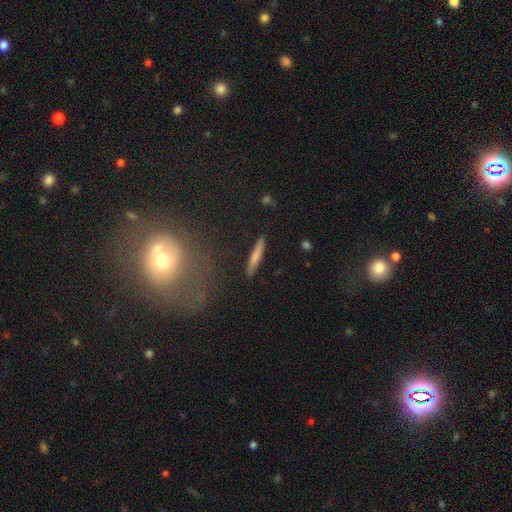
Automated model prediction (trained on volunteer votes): A smooth galaxy with no disk features (66%) that is cigar-shaped (93%). Merging: none (88%).